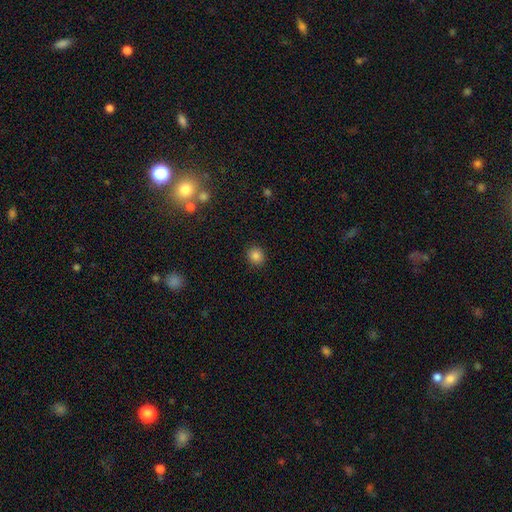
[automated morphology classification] type=smooth (84%); roundness=round (77%); merging=none (90%).